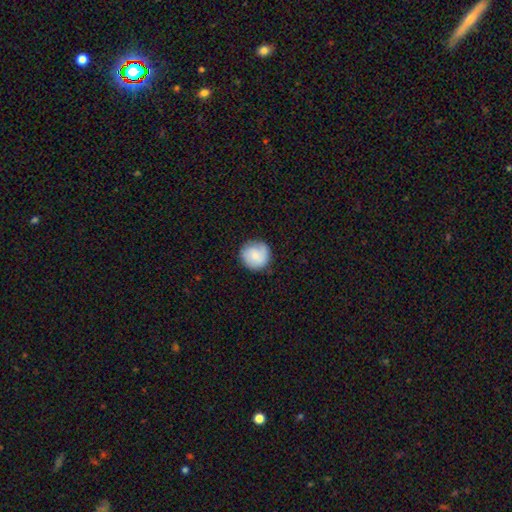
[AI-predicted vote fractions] A smooth galaxy with no disk features (70%) that is round (92%). Merging: none (83%).